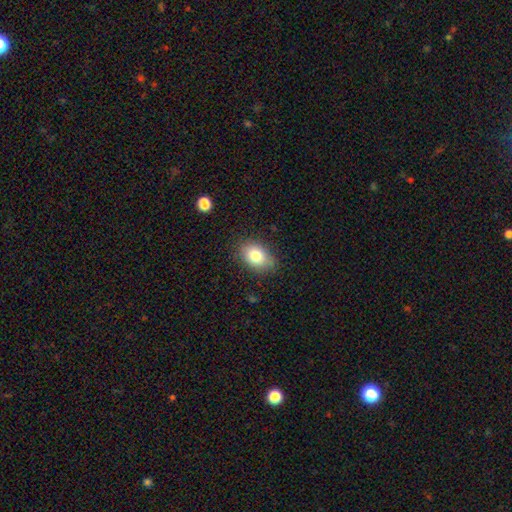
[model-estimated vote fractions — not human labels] smooth 81%, featured or disk 11%, star or artifact 8%. Down the decision tree: how rounded — in between (83%); merging — none (81%).